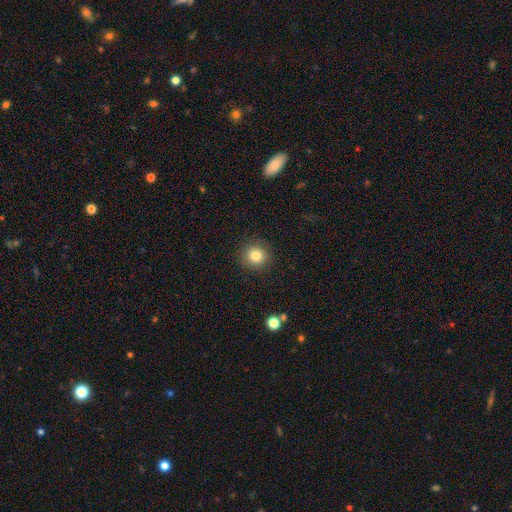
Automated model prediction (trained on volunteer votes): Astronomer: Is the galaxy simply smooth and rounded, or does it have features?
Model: smooth — 82%.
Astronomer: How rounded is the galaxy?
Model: round — 93%.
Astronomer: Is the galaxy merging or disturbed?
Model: none — 90%.